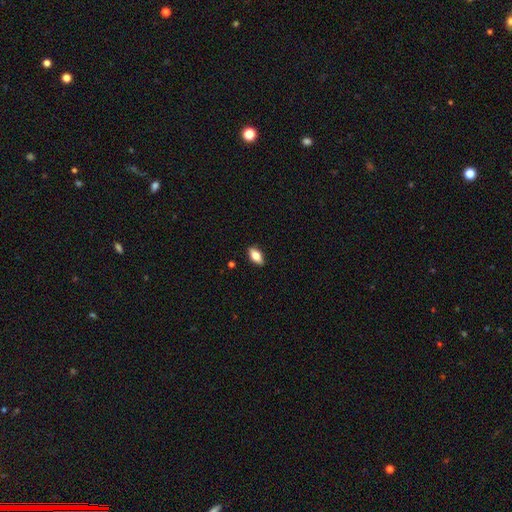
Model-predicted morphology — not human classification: type=smooth (74%); roundness=in between (87%); merging=none (89%).